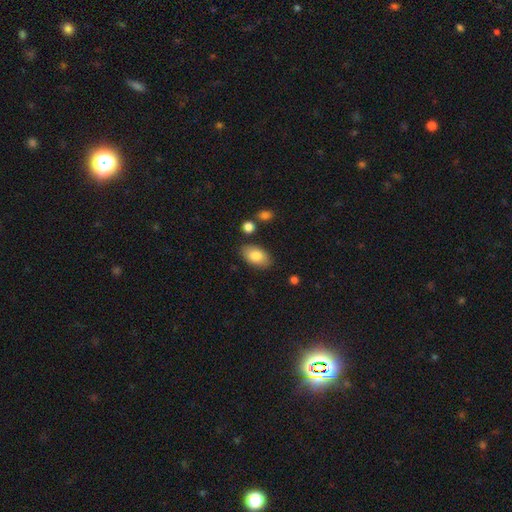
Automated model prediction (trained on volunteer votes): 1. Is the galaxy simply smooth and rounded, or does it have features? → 82% smooth, 11% featured or disk, 7% star or artifact.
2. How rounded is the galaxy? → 93% in between, 6% round, 1% cigar-shaped.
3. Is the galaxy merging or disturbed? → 83% none, 11% minor disturbance, 3% merger, 3% major disturbance.